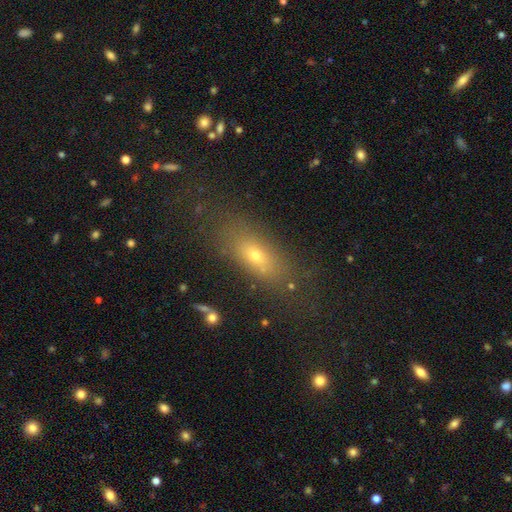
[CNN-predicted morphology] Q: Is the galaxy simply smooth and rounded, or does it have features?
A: smooth — 65%.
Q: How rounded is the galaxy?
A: in between — 70%.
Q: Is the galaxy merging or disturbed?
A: none — 72%.